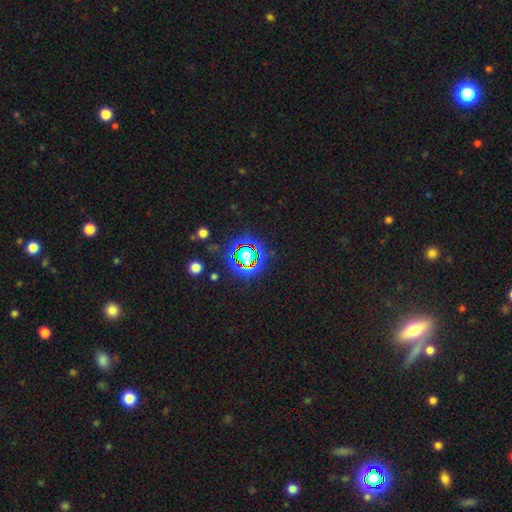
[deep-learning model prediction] Smooth or featured? Predicted: star or artifact (p=0.78).